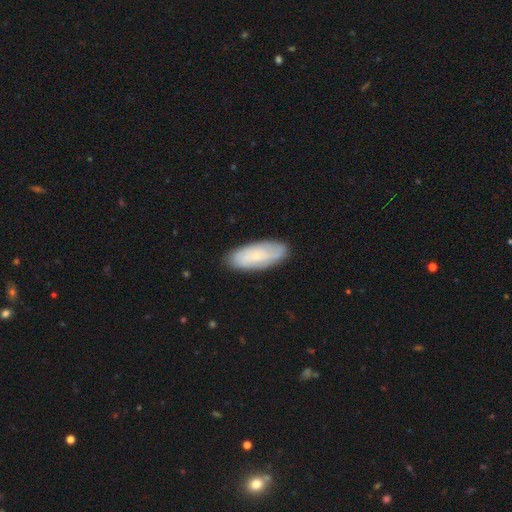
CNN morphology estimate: This is possibly a smooth galaxy (55%). How rounded: likely in between (79%). Merging: clearly none (85%).